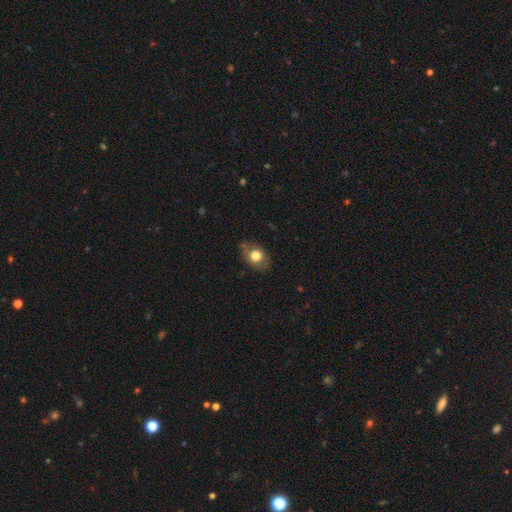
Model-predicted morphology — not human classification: smooth 71%, featured or disk 20%, star or artifact 9%. Down the decision tree: how rounded — in between (65%); merging — none (70%).